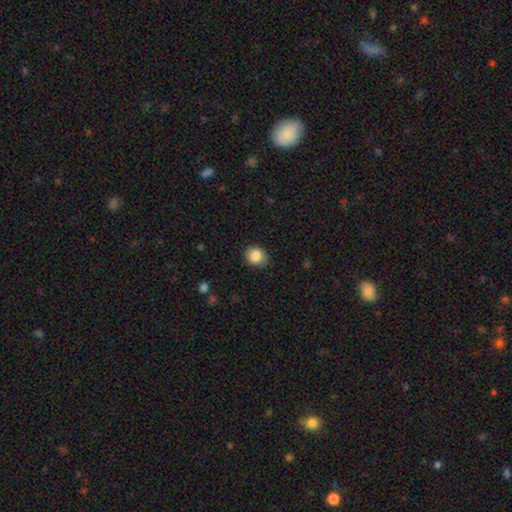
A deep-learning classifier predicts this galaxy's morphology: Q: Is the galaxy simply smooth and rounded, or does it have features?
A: smooth — 86%.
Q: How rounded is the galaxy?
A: round — 68%.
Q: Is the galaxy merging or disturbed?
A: none — 86%.